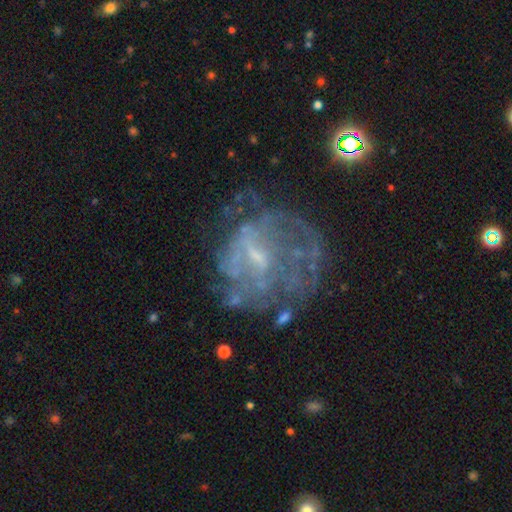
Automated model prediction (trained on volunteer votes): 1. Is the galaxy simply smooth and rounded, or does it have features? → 70% featured or disk, 16% smooth, 15% star or artifact.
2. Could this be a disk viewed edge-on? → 98% no, 2% yes.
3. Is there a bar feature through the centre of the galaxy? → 47% no, 44% weak, 10% strong.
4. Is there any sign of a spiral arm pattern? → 59% no, 41% yes.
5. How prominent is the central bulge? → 52% small, 25% none, 21% moderate, 1% large, 1% dominant.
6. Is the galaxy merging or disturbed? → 49% none, 28% major disturbance, 19% minor disturbance, 4% merger.